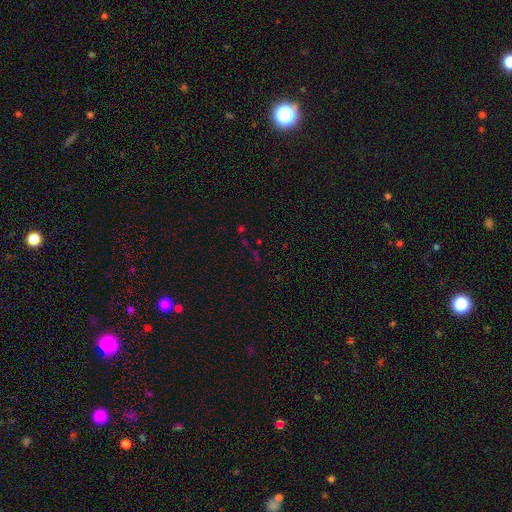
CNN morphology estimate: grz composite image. It shows a star or artifact, not a galaxy (65%).